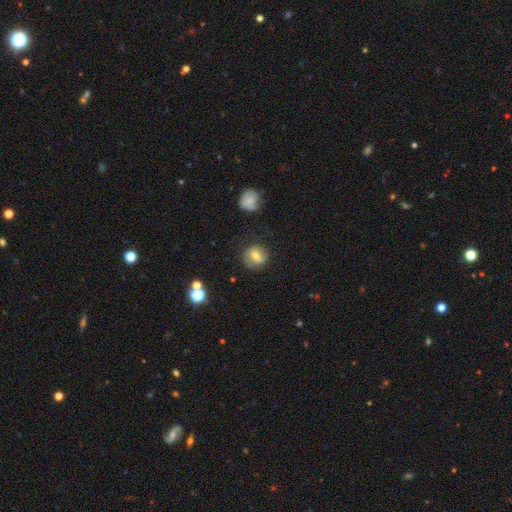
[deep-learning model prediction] Smooth or featured?
  - smooth: 51% *
  - featured or disk: 39%
  - star or artifact: 10%
How rounded?
  - round: 78% *
  - in between: 21%
  - cigar-shaped: 1%
Merging?
  - none: 74% *
  - minor disturbance: 17%
  - major disturbance: 7%
  - merger: 2%